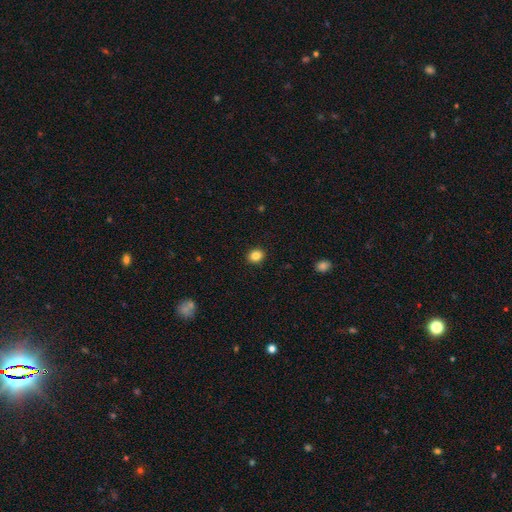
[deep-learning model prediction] A smooth galaxy with no disk features (85%) that is round (64%). Merging: none (91%).